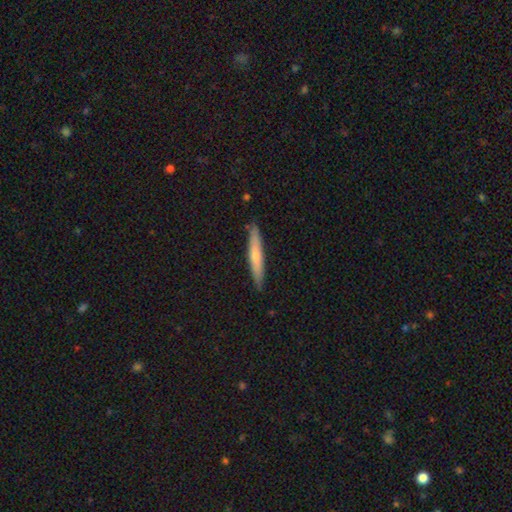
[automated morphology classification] Smooth or featured? Predicted: smooth (p=0.58). How rounded? Predicted: cigar-shaped (p=0.93). Merging? Predicted: none (p=0.89).